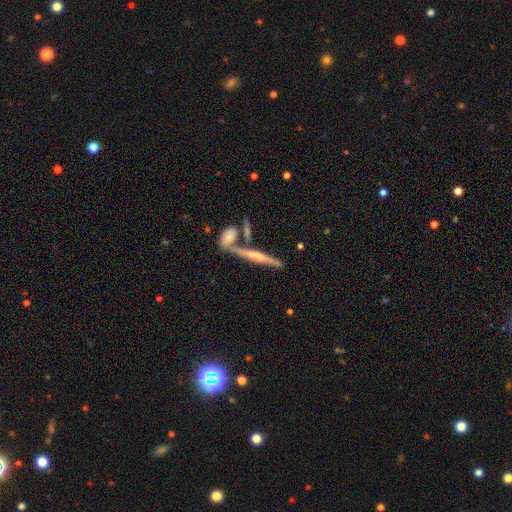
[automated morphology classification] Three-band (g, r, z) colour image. It shows a featured or disk galaxy (70%) viewed edge-on (95%) with a rounded central bulge (69%). Merging: none (65%).